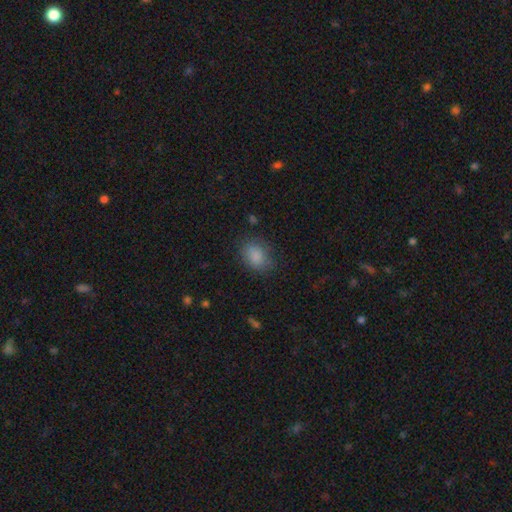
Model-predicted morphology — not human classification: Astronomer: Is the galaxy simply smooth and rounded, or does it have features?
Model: smooth — 85%.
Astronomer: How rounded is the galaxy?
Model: in between — 60% (runner-up: round, 39%).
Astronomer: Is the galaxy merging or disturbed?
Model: none — 75%.